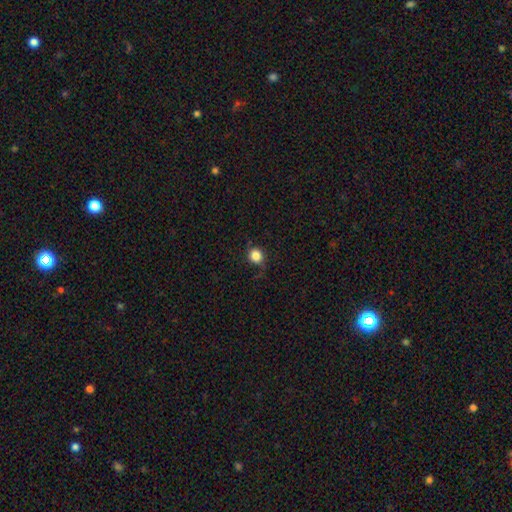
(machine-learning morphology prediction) This appears to be a smooth galaxy with no disk features (82%) that is round (86%). Merging: none (76%).